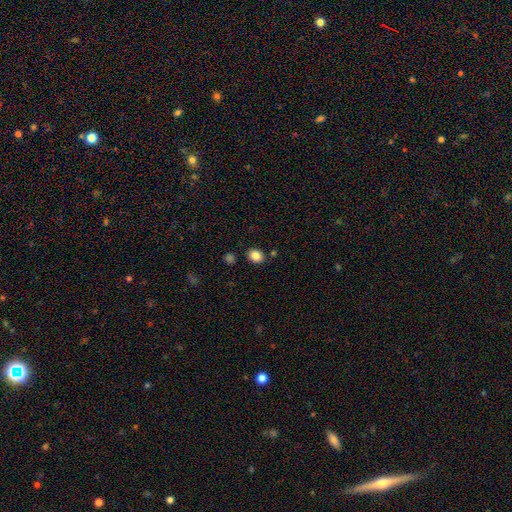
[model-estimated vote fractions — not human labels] Morphology: type=smooth (85%); roundness=in between (52%); merging=none (84%).